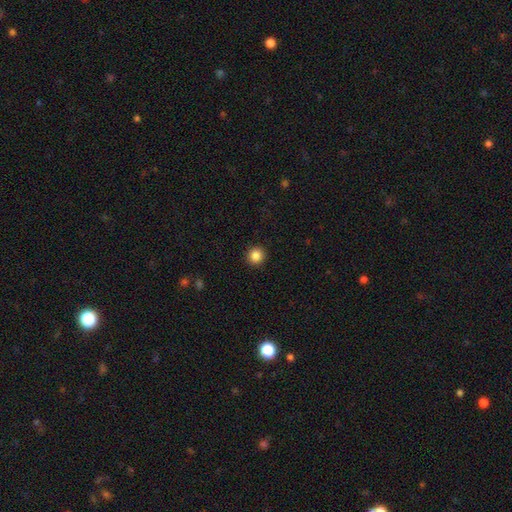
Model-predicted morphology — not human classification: Smooth or featured?
  - smooth: 85% *
  - star or artifact: 11%
  - featured or disk: 4%
How rounded?
  - round: 95% *
  - in between: 4%
  - cigar-shaped: 1%
Merging?
  - none: 93% *
  - minor disturbance: 4%
  - major disturbance: 2%
  - merger: 1%